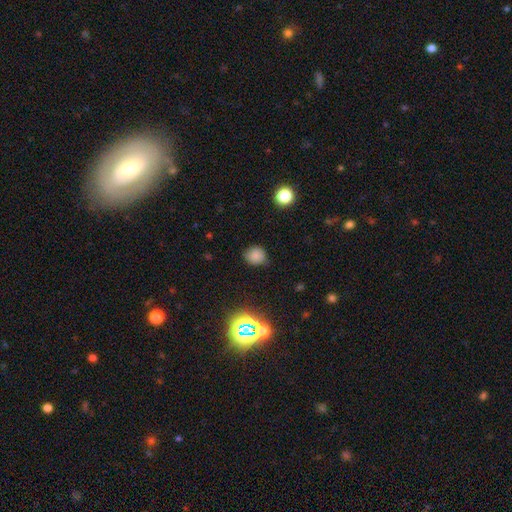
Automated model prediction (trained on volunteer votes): Smooth or featured? Predicted: smooth (p=0.78). How rounded? Predicted: round (p=0.81). Merging? Predicted: none (p=0.81).